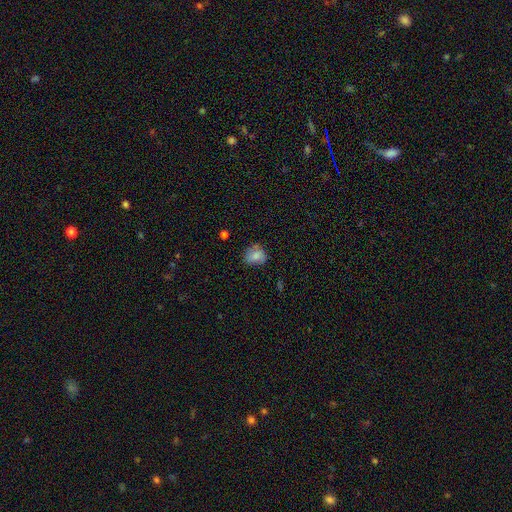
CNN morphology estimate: Smooth or featured? Predicted: smooth (p=0.75). How rounded? Predicted: round (p=0.55). Merging? Predicted: none (p=0.59).